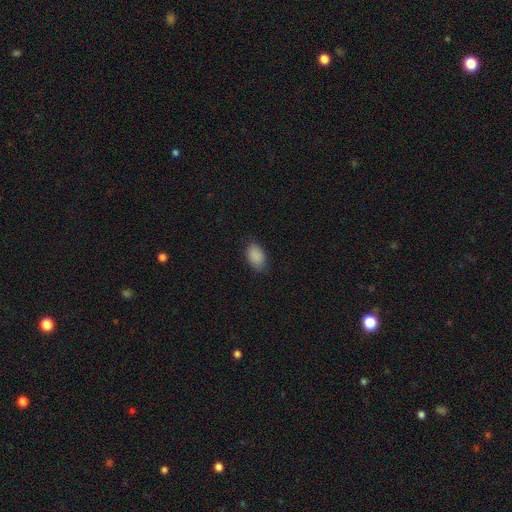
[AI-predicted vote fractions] This appears to be a smooth galaxy with no disk features (89%) that is in between round and cigar-shaped (91%). Merging: none (82%).